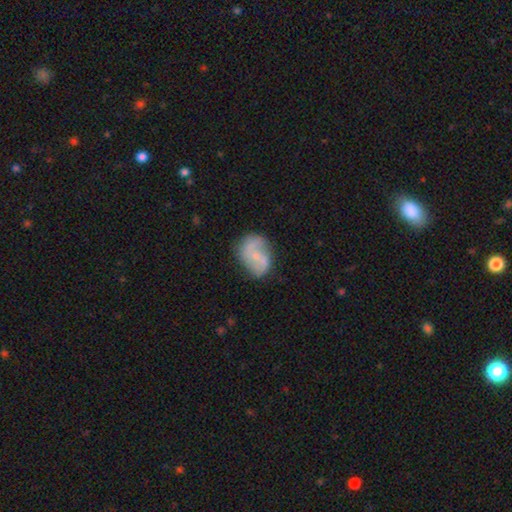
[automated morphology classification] Smooth or featured?
  - featured or disk: 62% *
  - smooth: 31%
  - star or artifact: 7%
Edge-on disk?
  - no: 97% *
  - yes: 3%
Bar?
  - no: 52% *
  - weak: 38%
  - strong: 10%
Spiral arms?
  - yes: 84% *
  - no: 16%
Spiral winding?
  - loose: 46% *
  - medium: 39%
  - tight: 15%
Spiral arm count?
  - 2: 83% *
  - can't tell: 9%
  - 1: 4%
  - 3: 2%
  - 4: 1%
  - more than 4: 1%
Bulge size?
  - small: 62% *
  - moderate: 24%
  - none: 12%
  - large: 1%
  - dominant: 1%
Merging?
  - none: 61% *
  - minor disturbance: 24%
  - major disturbance: 10%
  - merger: 5%